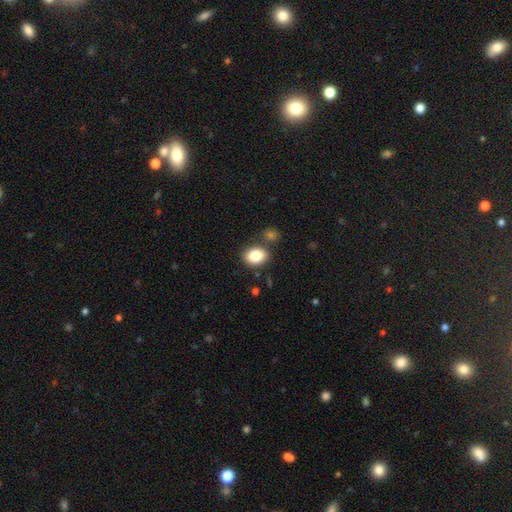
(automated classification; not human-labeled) The model was most divided on "how rounded": in between: 67%, round: 32%, cigar-shaped: 1%. More confident: smooth or featured — smooth (84%); merging — none (74%).